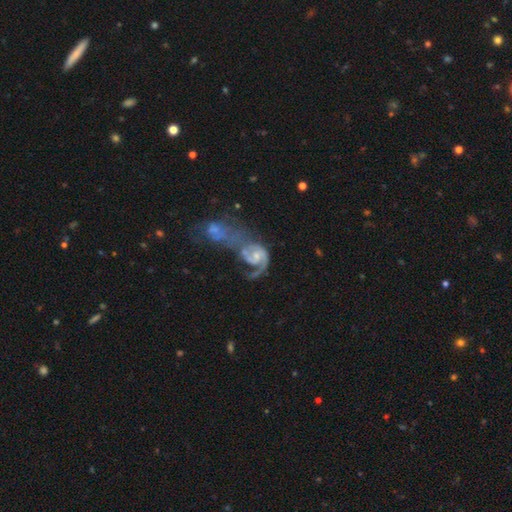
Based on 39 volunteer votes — Smooth or featured: featured or disk — 95% (smooth — 5%)
Edge-on disk: no — 100%
Bar: no — 59% (weak — 38%)
Spiral arms: yes — 97% (no — 3%)
Spiral winding: tight — 47% (medium — 39%)
Spiral arm count: 1 — 53% (2 — 47%)
Bulge size: small — 51% (moderate — 35%)
Merging: merger — 38% (major disturbance — 31%)